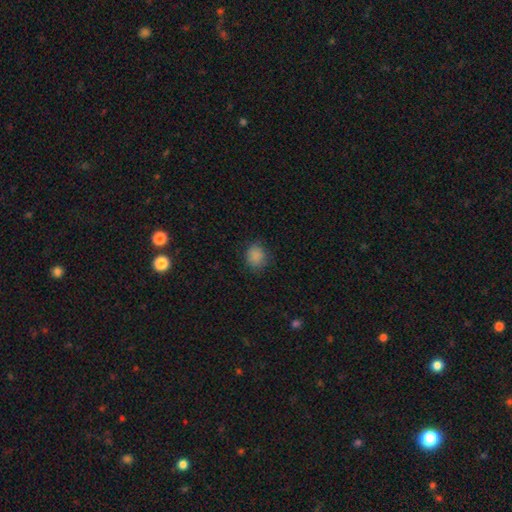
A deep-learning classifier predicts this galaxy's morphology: Smooth or featured? Predicted: smooth (p=0.85). How rounded? Predicted: round (p=0.74). Merging? Predicted: none (p=0.81).